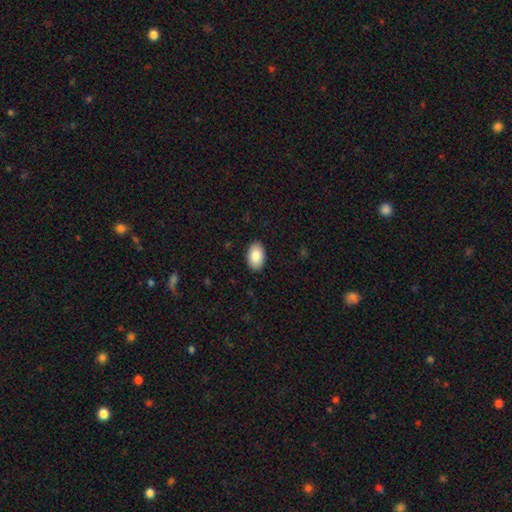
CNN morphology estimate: Overall: smooth (87%). How rounded: in between (92%). Merging: none (90%).